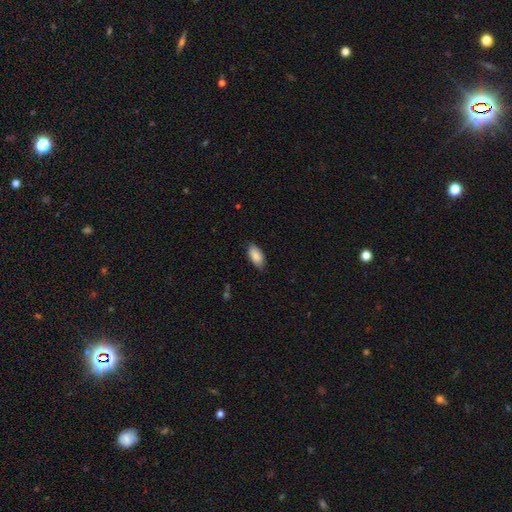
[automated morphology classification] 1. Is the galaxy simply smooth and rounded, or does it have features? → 88% smooth, 6% star or artifact, 6% featured or disk.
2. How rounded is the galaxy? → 93% in between, 5% cigar-shaped, 2% round.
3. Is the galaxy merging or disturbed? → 86% none, 11% minor disturbance, 2% major disturbance, 1% merger.